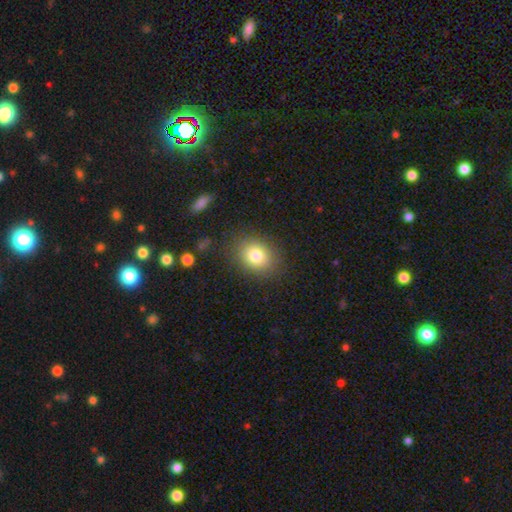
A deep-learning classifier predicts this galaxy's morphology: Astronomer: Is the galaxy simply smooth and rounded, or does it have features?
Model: smooth — 79%.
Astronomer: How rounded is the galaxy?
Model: round — 53% (runner-up: in between, 46%).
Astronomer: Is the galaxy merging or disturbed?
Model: none — 85%.